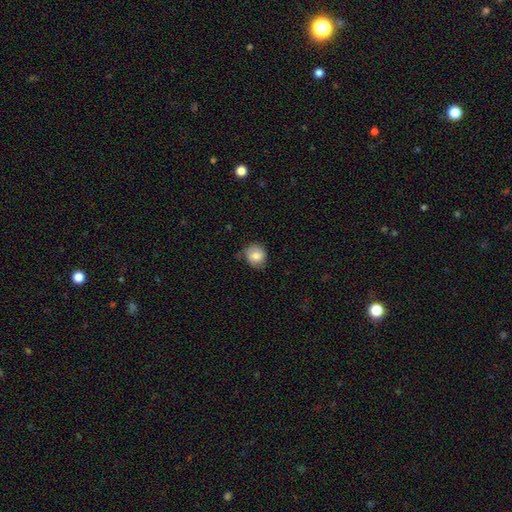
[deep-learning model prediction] Smooth or featured? smooth (79%)
How rounded? round (79%)
Merging? none (67%)